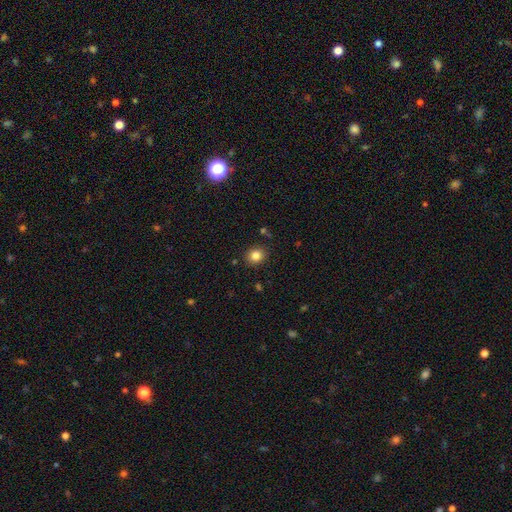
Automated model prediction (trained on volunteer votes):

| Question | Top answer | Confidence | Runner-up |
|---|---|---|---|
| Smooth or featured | smooth | 82% | star or artifact (12%) |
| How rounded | round | 73% | in between (26%) |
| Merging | none | 88% | minor disturbance (8%) |